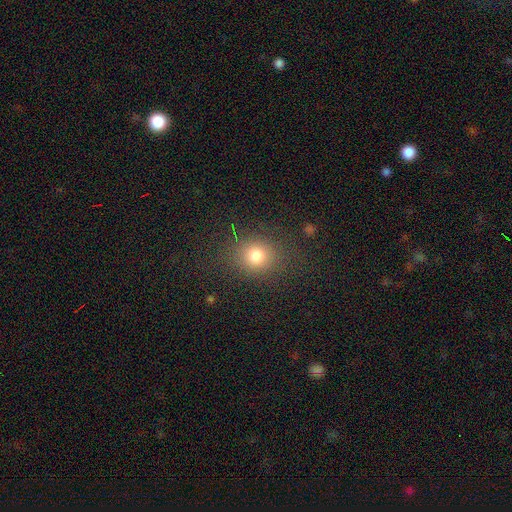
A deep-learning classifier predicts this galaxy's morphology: Q: Smooth or featured?
A: smooth (79%); runner-up: star or artifact (14%)
Q: How rounded?
A: round (77%); runner-up: in between (21%)
Q: Merging?
A: none (83%); runner-up: minor disturbance (10%)